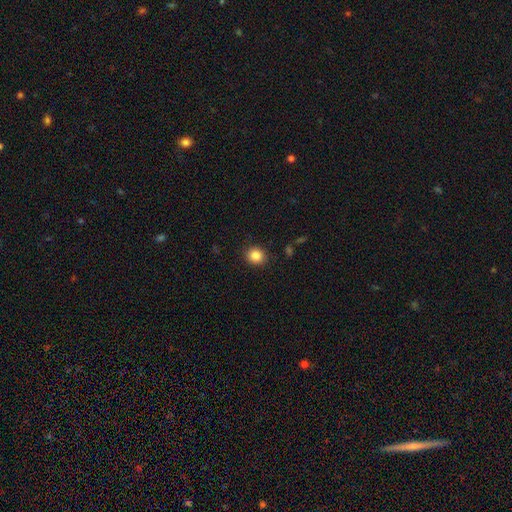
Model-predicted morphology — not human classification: This appears to be a smooth galaxy with no disk features (85%) that is round (79%). Merging: none (90%).